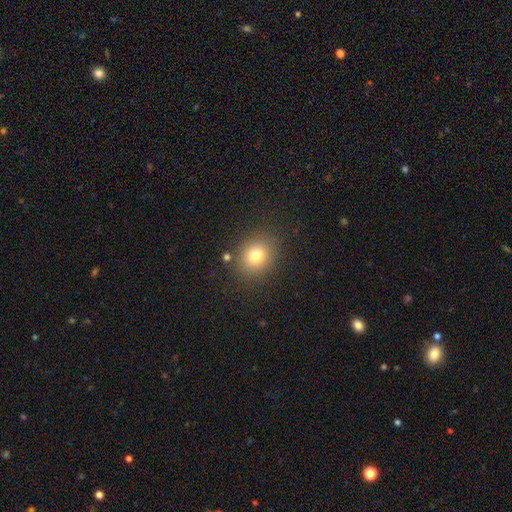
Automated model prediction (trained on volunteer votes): smooth-or-featured: smooth: 77% | star or artifact: 14% | featured or disk: 9%
  how-rounded: round: 69% | in between: 30% | cigar-shaped: 1%
  merging: none: 85% | minor disturbance: 9% | major disturbance: 4% | merger: 3%